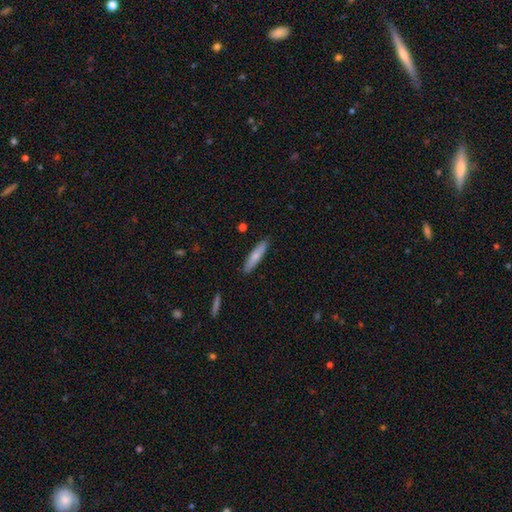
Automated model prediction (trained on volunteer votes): smooth-or-featured: smooth: 73% | featured or disk: 22% | star or artifact: 6%
  how-rounded: cigar-shaped: 82% | in between: 17% | round: 1%
  merging: none: 88% | minor disturbance: 9% | major disturbance: 2% | merger: 1%